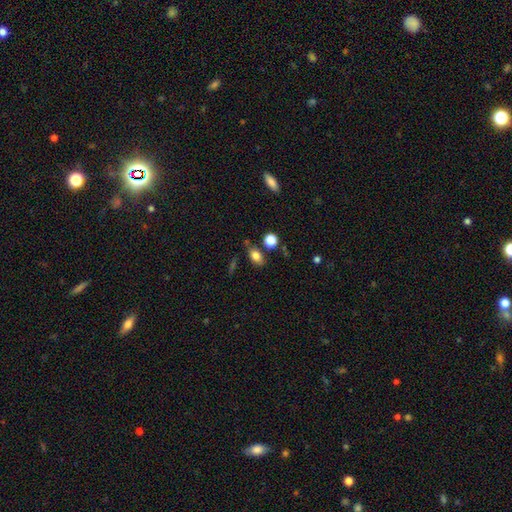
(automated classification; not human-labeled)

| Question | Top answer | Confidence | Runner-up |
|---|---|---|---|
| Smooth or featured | smooth | 80% | star or artifact (11%) |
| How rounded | in between | 80% | round (17%) |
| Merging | none | 76% | minor disturbance (13%) |